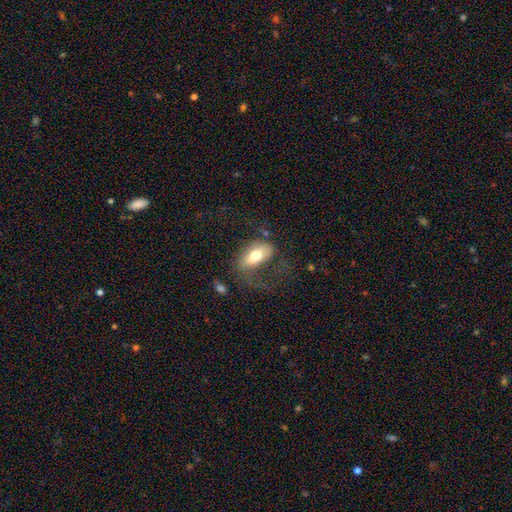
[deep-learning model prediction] smooth_or_featured: smooth (p=0.65) [alt: featured or disk p=0.28]
how_rounded: in between (p=0.89) [alt: round p=0.05]
merging: none (p=0.39) [alt: major disturbance p=0.35]